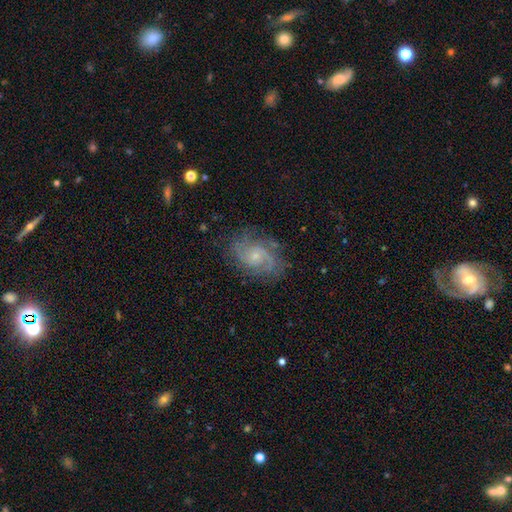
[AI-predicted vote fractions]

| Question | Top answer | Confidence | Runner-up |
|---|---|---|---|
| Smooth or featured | featured or disk | 83% | smooth (10%) |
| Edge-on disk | no | 97% | yes (3%) |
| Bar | no | 67% | weak (29%) |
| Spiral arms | yes | 96% | no (4%) |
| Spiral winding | medium | 46% | tight (39%) |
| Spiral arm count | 2 | 57% | can't tell (17%) |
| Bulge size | small | 72% | moderate (21%) |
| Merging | none | 75% | minor disturbance (17%) |